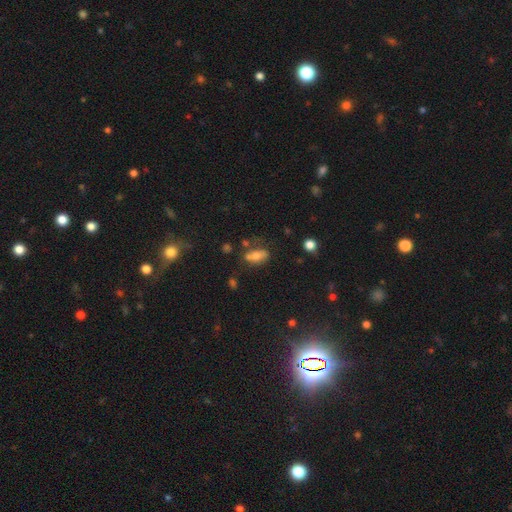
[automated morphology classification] smooth_or_featured: smooth (p=0.62) [alt: featured or disk p=0.28]
how_rounded: in between (p=0.79) [alt: cigar-shaped p=0.13]
merging: none (p=0.57) [alt: minor disturbance p=0.21]